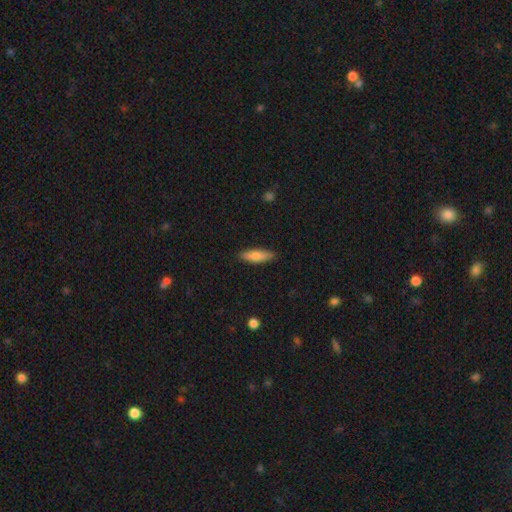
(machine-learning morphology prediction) smooth 76%, featured or disk 18%, star or artifact 6%. Down the decision tree: how rounded — cigar-shaped (59%); merging — none (88%).